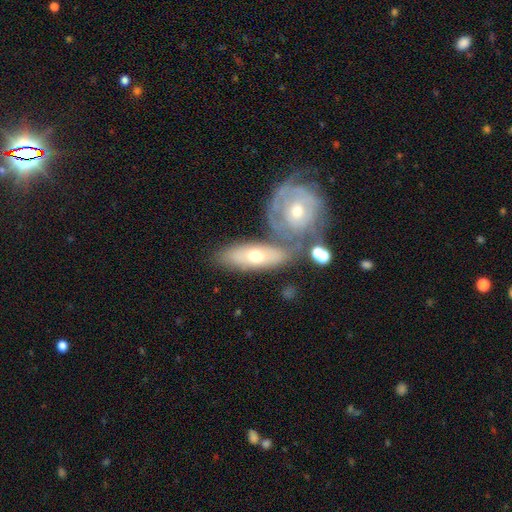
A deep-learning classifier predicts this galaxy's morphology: smooth_or_featured: smooth (p=0.49) [alt: featured or disk p=0.45]
merging: none (p=0.49) [alt: merger p=0.33]